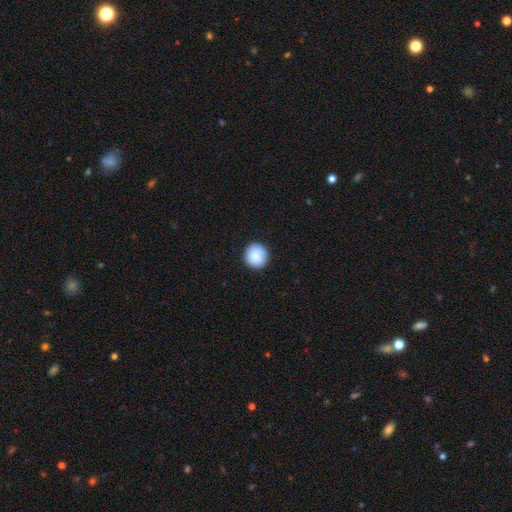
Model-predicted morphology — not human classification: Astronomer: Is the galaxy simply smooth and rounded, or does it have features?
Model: smooth — 89%.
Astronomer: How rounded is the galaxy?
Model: round — 94%.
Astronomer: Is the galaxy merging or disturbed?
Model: none — 90%.